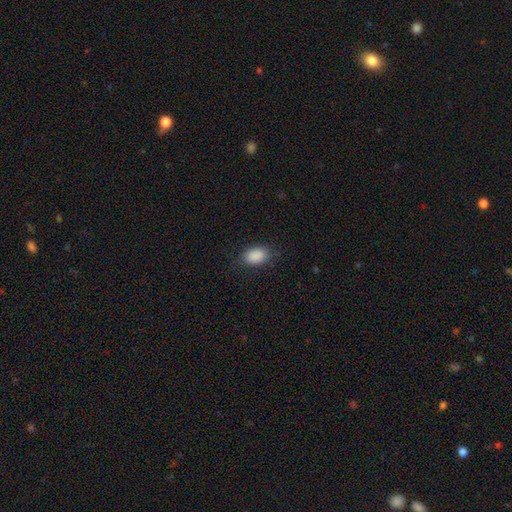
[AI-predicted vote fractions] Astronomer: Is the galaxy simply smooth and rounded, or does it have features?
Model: smooth — 89%.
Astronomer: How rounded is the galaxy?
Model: in between — 87%.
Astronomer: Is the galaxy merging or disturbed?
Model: none — 80%.